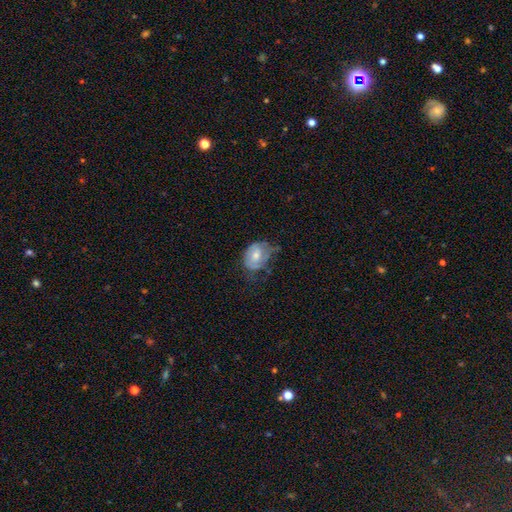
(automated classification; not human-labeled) Smooth or featured: smooth — 56% (featured or disk — 37%)
How rounded: in between — 65% (round — 34%)
Merging: minor disturbance — 39% (none — 36%)